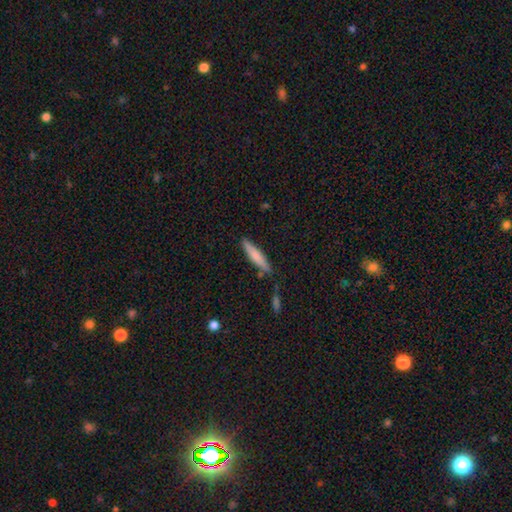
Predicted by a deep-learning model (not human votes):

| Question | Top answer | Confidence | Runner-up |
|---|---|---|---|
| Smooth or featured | smooth | 72% | featured or disk (22%) |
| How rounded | cigar-shaped | 87% | in between (12%) |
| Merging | none | 82% | minor disturbance (11%) |